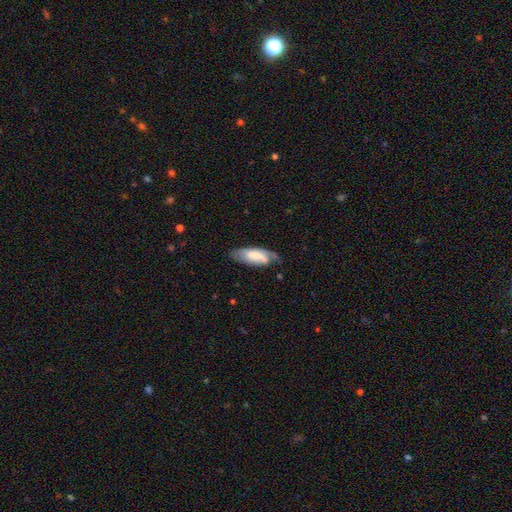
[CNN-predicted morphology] This appears to be a smooth galaxy with no disk features (53%) that is in between round and cigar-shaped (75%). Merging: none (54%).